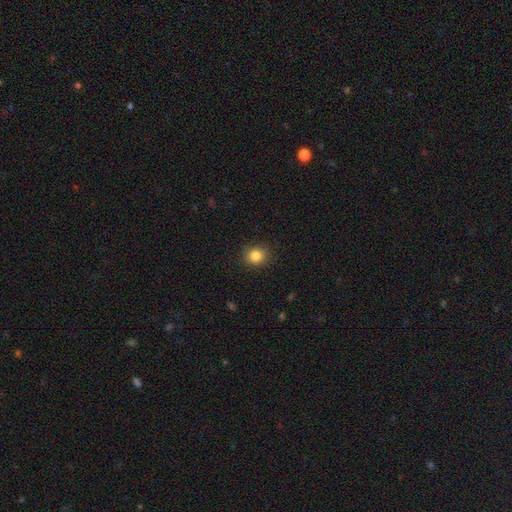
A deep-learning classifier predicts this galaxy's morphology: Overall: smooth (84%). How rounded: round (79%). Merging: none (87%).